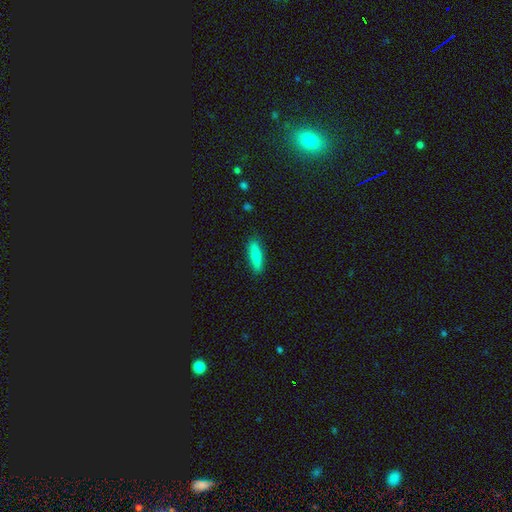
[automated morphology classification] type=smooth (83%); roundness=cigar-shaped (70%); merging=none (86%).